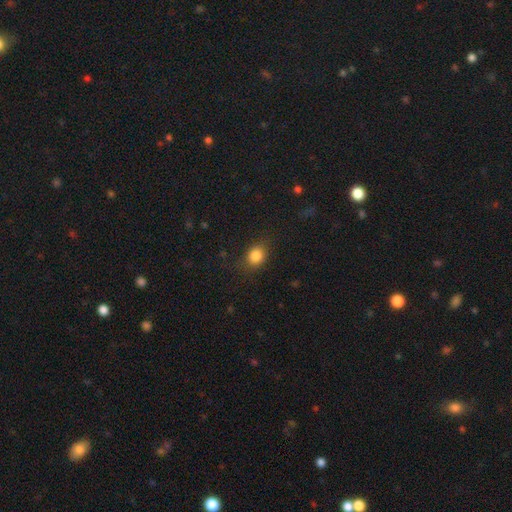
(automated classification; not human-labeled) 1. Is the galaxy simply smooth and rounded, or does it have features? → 84% smooth, 10% star or artifact, 6% featured or disk.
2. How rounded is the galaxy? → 55% round, 44% in between, 1% cigar-shaped.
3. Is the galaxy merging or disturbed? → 78% none, 15% minor disturbance, 6% major disturbance, 1% merger.